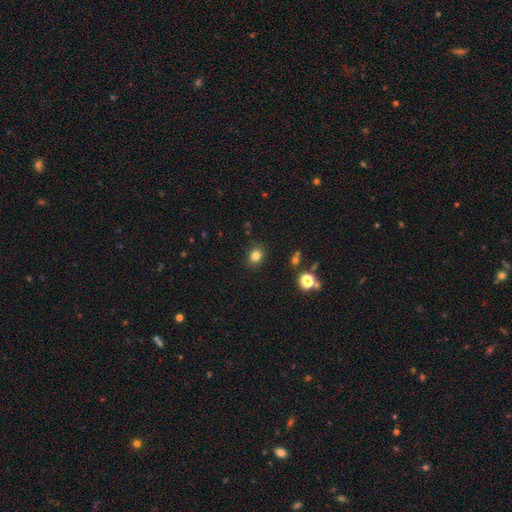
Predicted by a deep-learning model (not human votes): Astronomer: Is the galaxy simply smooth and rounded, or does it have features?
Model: smooth — 81%.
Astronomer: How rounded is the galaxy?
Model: round — 63%.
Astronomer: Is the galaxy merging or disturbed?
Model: none — 88%.